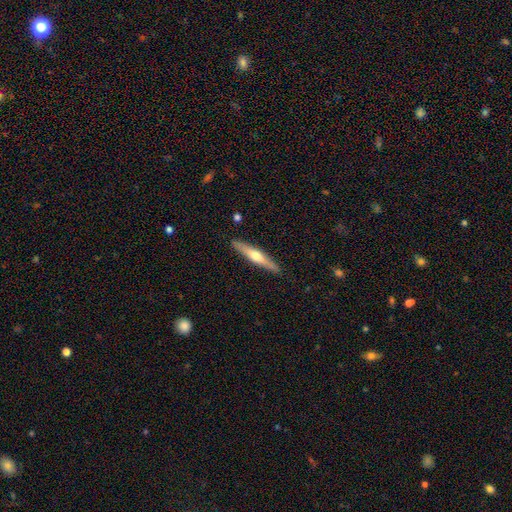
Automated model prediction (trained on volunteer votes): This appears to be a featured or disk galaxy (58%) viewed edge-on (95%) with a rounded central bulge (87%). Merging: none (90%).